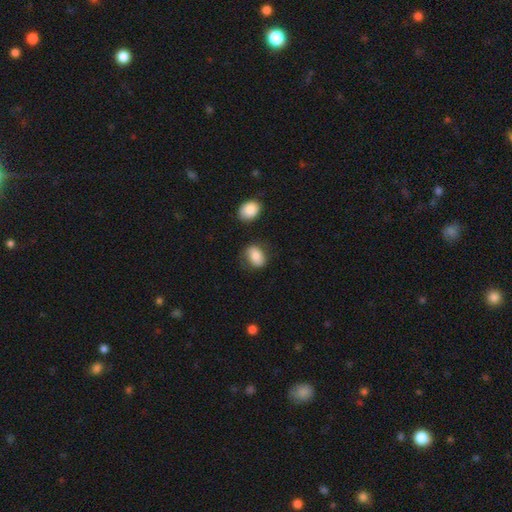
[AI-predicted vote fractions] smooth_or_featured: smooth (p=0.80) [alt: featured or disk p=0.13]
how_rounded: in between (p=0.77) [alt: round p=0.21]
merging: none (p=0.68) [alt: minor disturbance p=0.20]